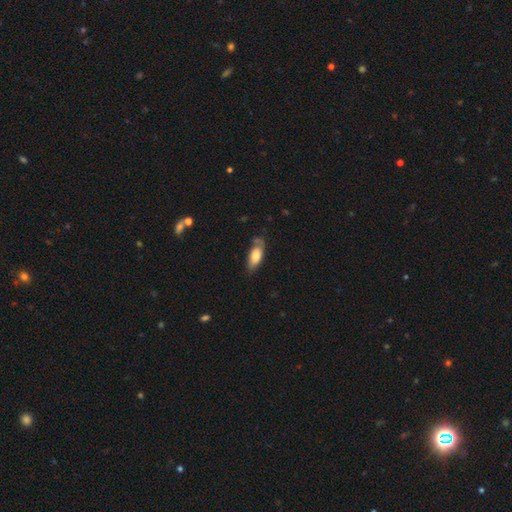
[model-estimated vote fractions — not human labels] The model was most divided on "merging": none: 59%, minor disturbance: 29%, major disturbance: 8%, merger: 5%. More confident: how rounded — in between (81%); smooth or featured — smooth (72%).